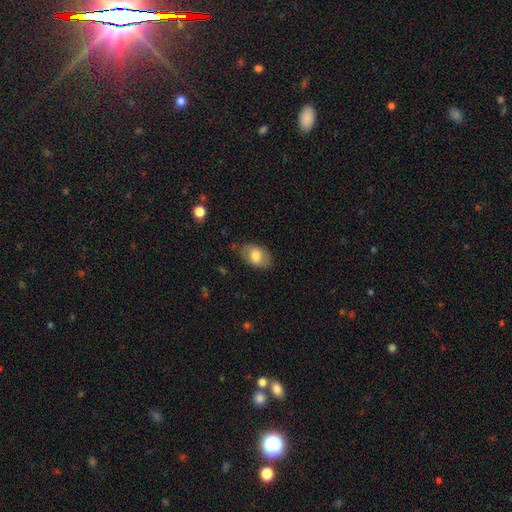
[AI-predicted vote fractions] Smooth or featured? Predicted: smooth (p=0.74). How rounded? Predicted: in between (p=0.89). Merging? Predicted: none (p=0.76).